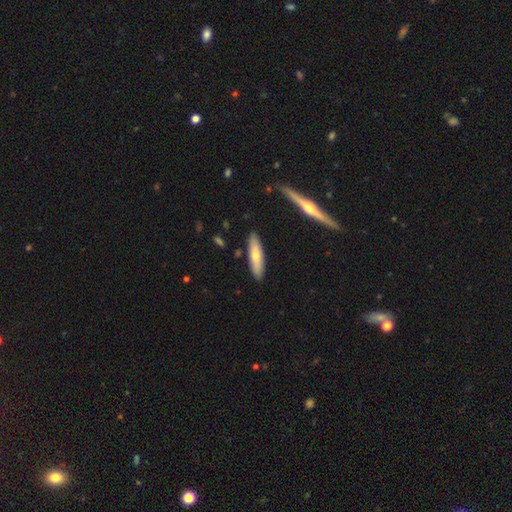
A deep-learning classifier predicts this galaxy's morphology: The model was most divided on "how rounded": cigar-shaped: 64%, in between: 34%, round: 2%. More confident: merging — none (87%); smooth or featured — smooth (65%).